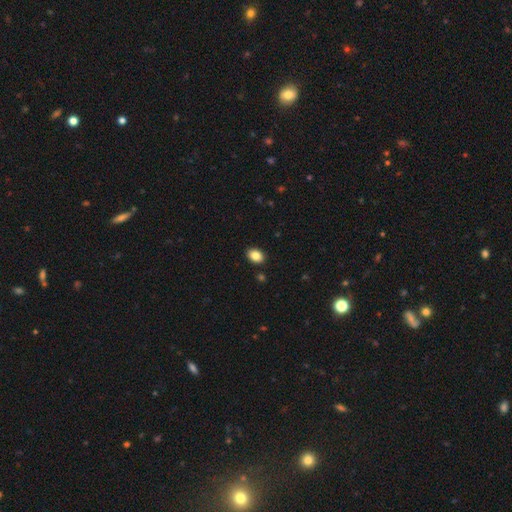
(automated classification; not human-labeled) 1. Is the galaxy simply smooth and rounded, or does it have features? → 86% smooth, 9% star or artifact, 6% featured or disk.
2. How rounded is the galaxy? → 77% in between, 22% round, 1% cigar-shaped.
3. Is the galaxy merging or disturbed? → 90% none, 7% minor disturbance, 2% major disturbance, 1% merger.